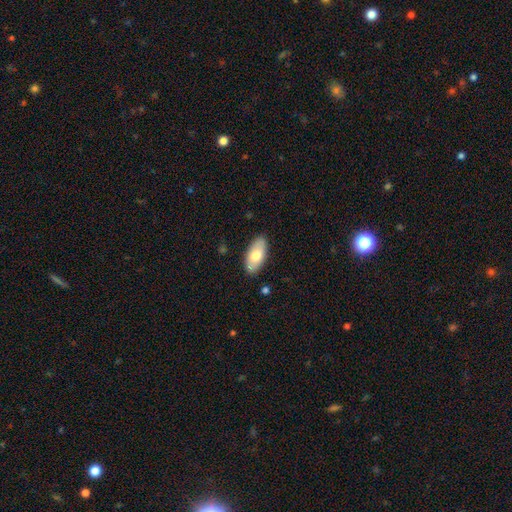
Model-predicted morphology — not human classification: Overall: smooth (70%). How rounded: in between (92%). Merging: none (86%).